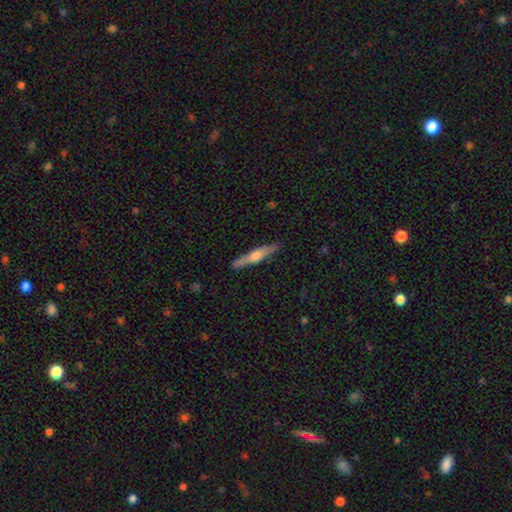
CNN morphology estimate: The model was most divided on "smooth or featured": featured or disk: 57%, smooth: 37%, star or artifact: 6%. More confident: edge-on disk — yes (95%); merging — none (88%); edge-on bulge — rounded (88%).